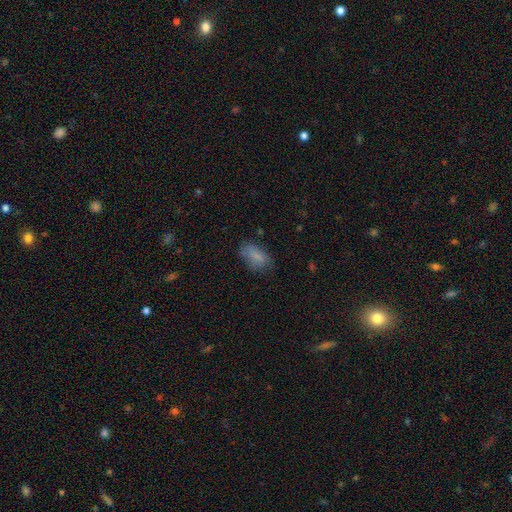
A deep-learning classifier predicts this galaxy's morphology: This appears to be a smooth galaxy with no disk features (79%) that is in between round and cigar-shaped (89%). Merging: none (66%).